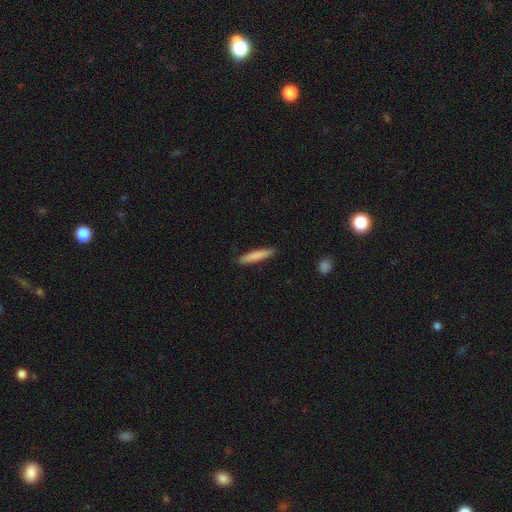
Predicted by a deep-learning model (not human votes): This appears to be a smooth galaxy with no disk features (82%) that is cigar-shaped (92%). Merging: none (90%).